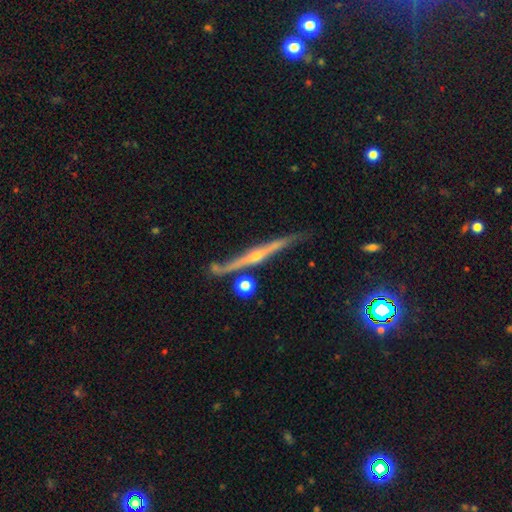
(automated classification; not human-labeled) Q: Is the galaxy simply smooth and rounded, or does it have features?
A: featured or disk — 82%.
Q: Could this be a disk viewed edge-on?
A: yes — 96%.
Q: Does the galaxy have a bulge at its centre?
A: rounded — 82%.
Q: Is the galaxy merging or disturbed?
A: none — 77%.